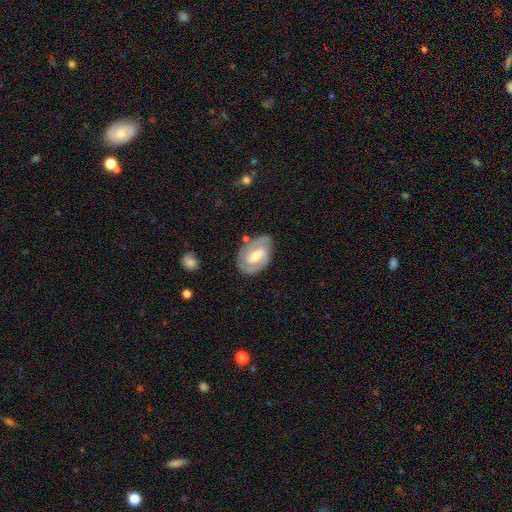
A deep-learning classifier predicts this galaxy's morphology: smooth-or-featured: featured or disk: 82% | smooth: 13% | star or artifact: 5%
  disk-edge-on: no: 97% | yes: 3%
    bar: weak: 48% | strong: 31% | no: 20%
    has-spiral-arms: yes: 93% | no: 7%
      spiral-winding: tight: 50% | medium: 41% | loose: 9%
      spiral-arm-count: 2: 82% | can't tell: 9% | 3: 4% | 1: 3% | 4: 1% | more than 4: 1%
    bulge-size: moderate: 59% | small: 33% | large: 5% | none: 2% | dominant: 1%
  merging: none: 74% | minor disturbance: 18% | major disturbance: 5% | merger: 3%